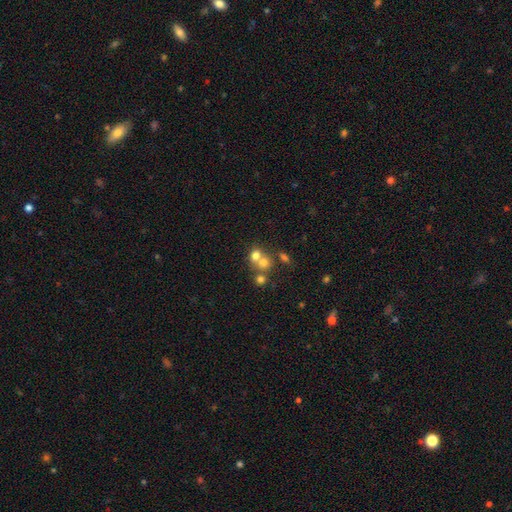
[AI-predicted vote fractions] Morphology: type=smooth (67%); roundness=round (73%); merging=merger (54%).